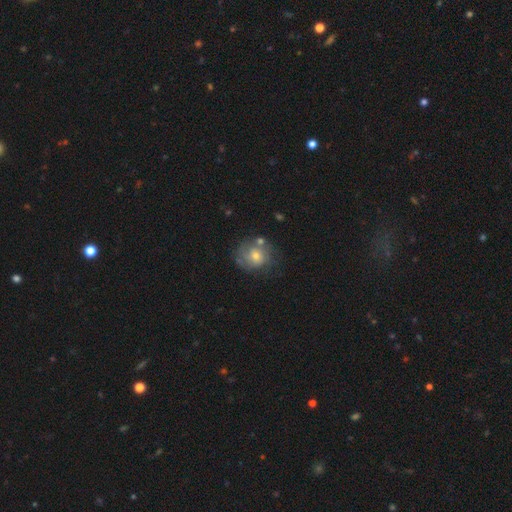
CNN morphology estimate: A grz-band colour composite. It shows a smooth galaxy with no disk features (55%) that is round (77%). Merging: none (59%).